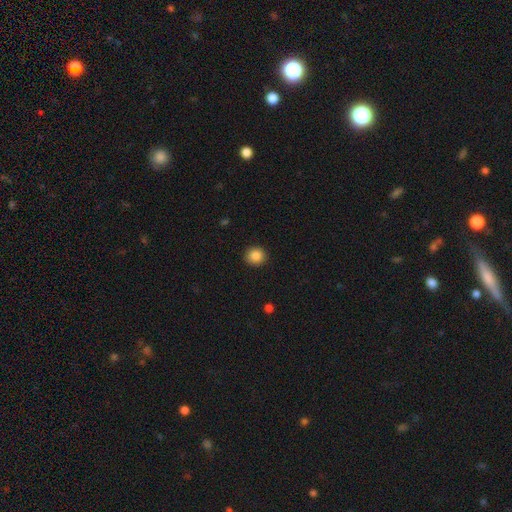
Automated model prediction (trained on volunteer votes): Smooth or featured?
  - smooth: 87% *
  - star or artifact: 10%
  - featured or disk: 4%
How rounded?
  - round: 88% *
  - in between: 11%
  - cigar-shaped: 1%
Merging?
  - none: 91% *
  - minor disturbance: 6%
  - major disturbance: 2%
  - merger: 1%